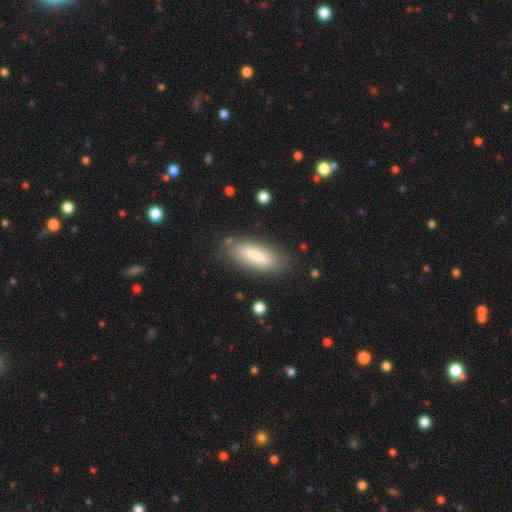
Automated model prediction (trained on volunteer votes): Smooth or featured?
  - smooth: 79% *
  - featured or disk: 14%
  - star or artifact: 7%
How rounded?
  - in between: 61% *
  - cigar-shaped: 38%
  - round: 2%
Merging?
  - none: 79% *
  - minor disturbance: 13%
  - major disturbance: 4%
  - merger: 3%